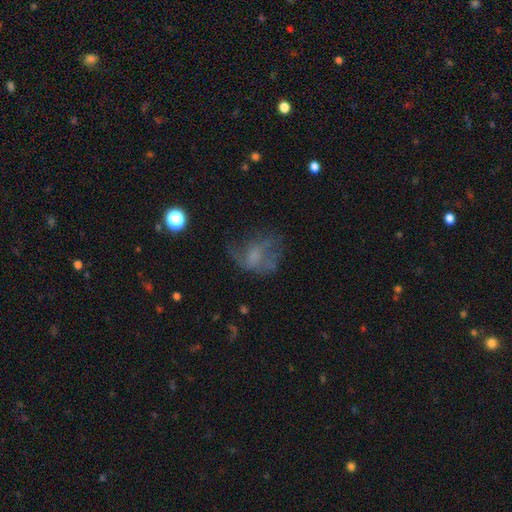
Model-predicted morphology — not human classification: Smooth or featured: featured or disk — 42% (smooth — 41%)
Merging: major disturbance — 38% (none — 37%)